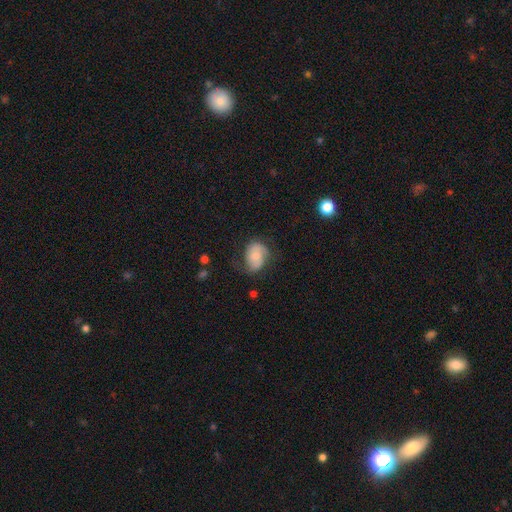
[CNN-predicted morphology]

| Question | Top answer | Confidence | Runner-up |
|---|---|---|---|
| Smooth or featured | smooth | 48% | featured or disk (44%) |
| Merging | none | 54% | minor disturbance (28%) |